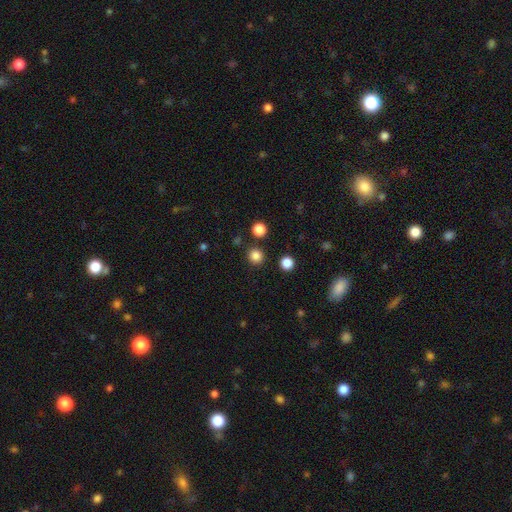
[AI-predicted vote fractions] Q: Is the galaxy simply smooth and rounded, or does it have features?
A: smooth — 83%.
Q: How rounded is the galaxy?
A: round — 93%.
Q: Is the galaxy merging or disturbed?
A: none — 88%.